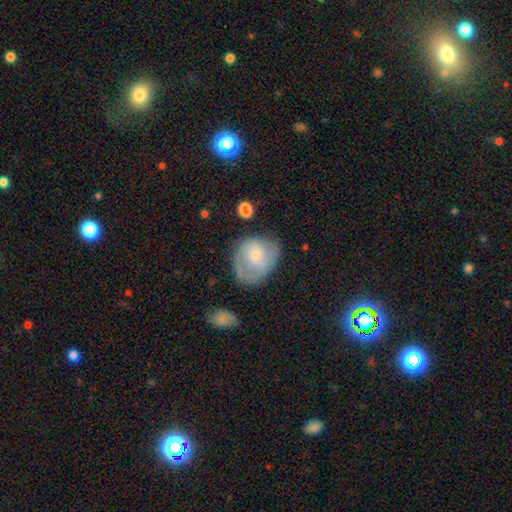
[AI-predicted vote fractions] Smooth or featured? Predicted: smooth (p=0.52). How rounded? Predicted: round (p=0.55). Merging? Predicted: none (p=0.58).